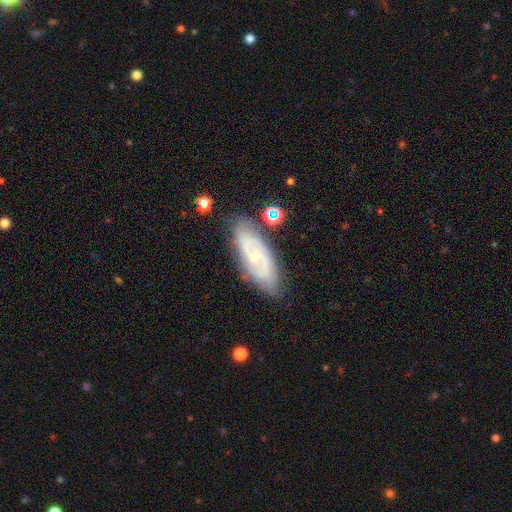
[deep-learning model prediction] Smooth or featured? featured or disk (74%)
Edge-on disk? no (90%)
Bar? no (53%)
Spiral arms? yes (90%)
Spiral winding? tight (45%)
Spiral arm count? 2 (62%)
Bulge size? small (71%)
Merging? none (78%)